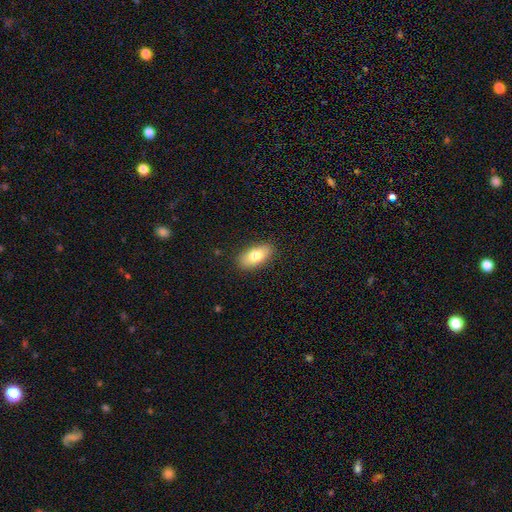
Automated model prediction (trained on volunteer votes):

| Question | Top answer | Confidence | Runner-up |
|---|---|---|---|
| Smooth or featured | smooth | 77% | featured or disk (16%) |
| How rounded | in between | 88% | cigar-shaped (8%) |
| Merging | none | 87% | minor disturbance (9%) |